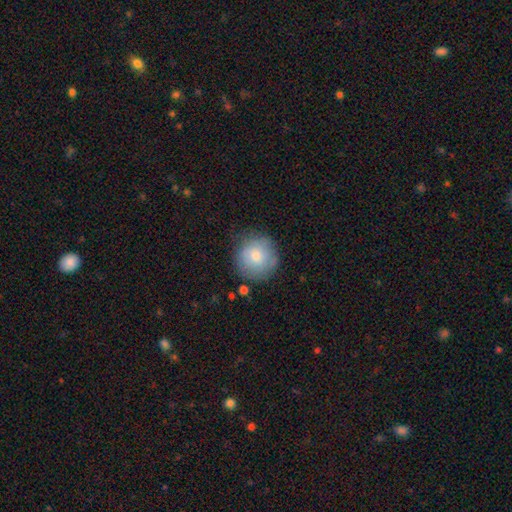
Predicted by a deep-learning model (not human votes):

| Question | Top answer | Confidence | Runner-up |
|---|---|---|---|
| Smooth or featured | smooth | 73% | featured or disk (18%) |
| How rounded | round | 94% | in between (5%) |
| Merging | none | 79% | minor disturbance (15%) |